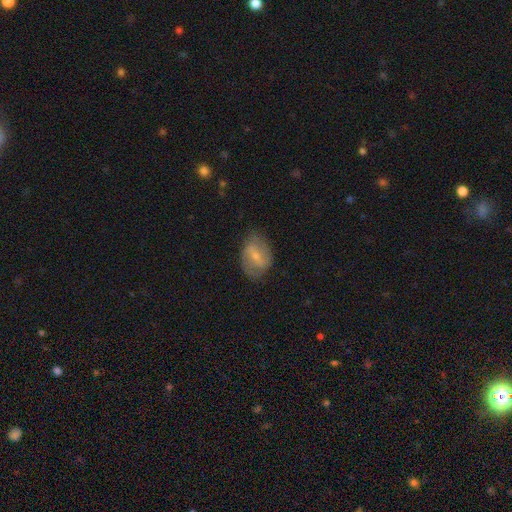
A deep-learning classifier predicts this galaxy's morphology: Smooth or featured: featured or disk — 63% (smooth — 31%)
Edge-on disk: no — 96% (yes — 4%)
Bar: weak — 48% (strong — 34%)
Spiral arms: yes — 77% (no — 23%)
Bulge size: small — 58% (moderate — 36%)
Merging: none — 73% (minor disturbance — 19%)